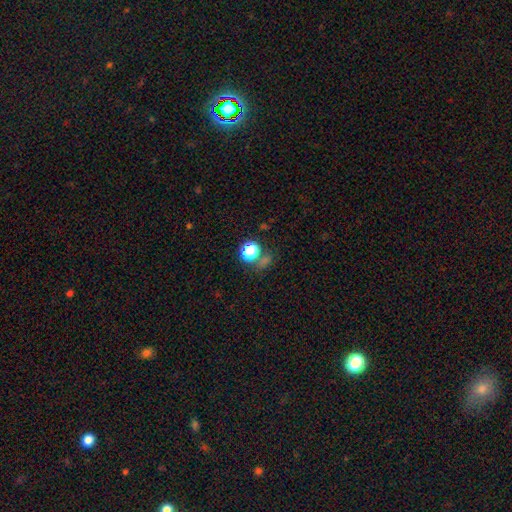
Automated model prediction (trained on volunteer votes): Overall: star or artifact (57%; smooth 31%).